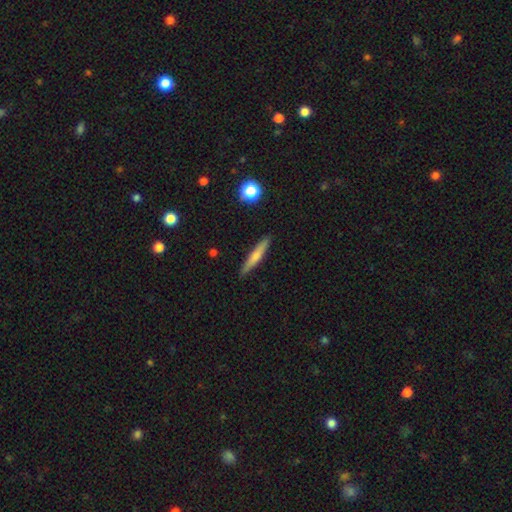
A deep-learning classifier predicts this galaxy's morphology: Smooth or featured?
  - smooth: 60% *
  - featured or disk: 33%
  - star or artifact: 7%
How rounded?
  - cigar-shaped: 92% *
  - in between: 7%
  - round: 2%
Merging?
  - none: 89% *
  - minor disturbance: 8%
  - major disturbance: 2%
  - merger: 1%